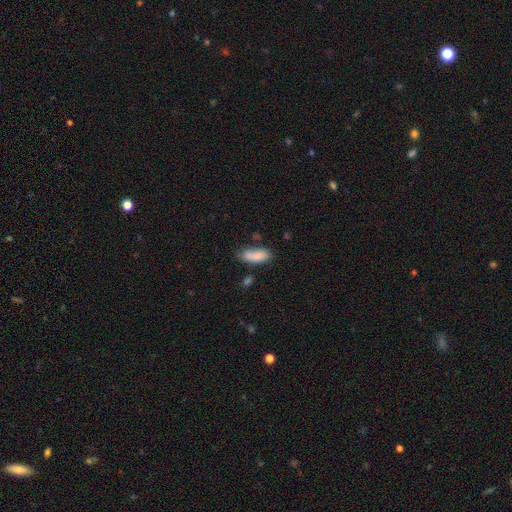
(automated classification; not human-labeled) smooth-or-featured: smooth: 84% | featured or disk: 9% | star or artifact: 7%
  how-rounded: in between: 74% | cigar-shaped: 23% | round: 2%
  merging: none: 64% | minor disturbance: 22% | merger: 8% | major disturbance: 5%